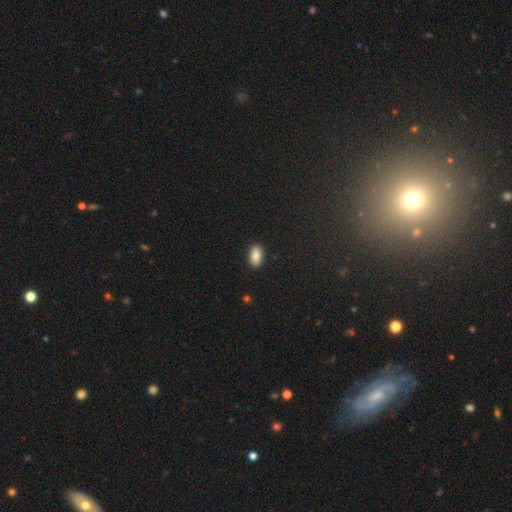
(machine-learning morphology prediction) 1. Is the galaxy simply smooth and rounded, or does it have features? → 87% smooth, 8% star or artifact, 5% featured or disk.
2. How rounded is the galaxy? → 92% in between, 5% round, 3% cigar-shaped.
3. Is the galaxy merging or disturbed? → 90% none, 7% minor disturbance, 2% major disturbance, 1% merger.